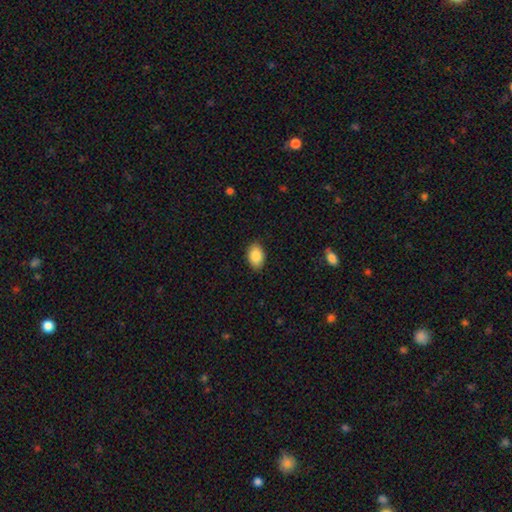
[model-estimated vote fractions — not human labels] Morphology: type=smooth (87%); roundness=in between (88%); merging=none (88%).